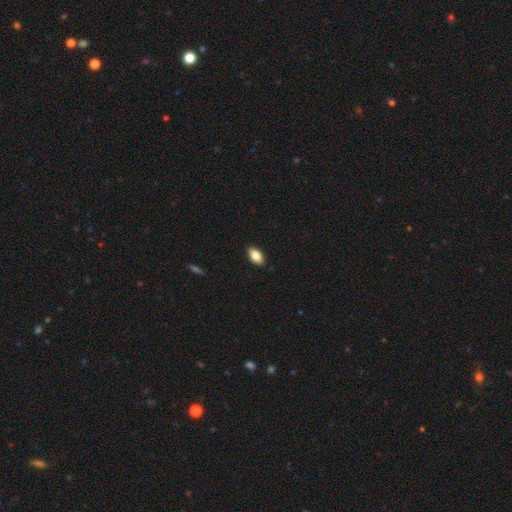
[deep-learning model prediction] This is clearly a smooth galaxy (86%). How rounded: clearly in between (93%). Merging: clearly none (89%).